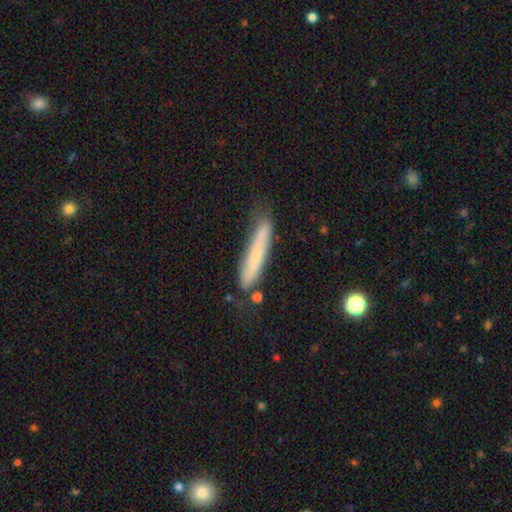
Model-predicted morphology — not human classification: A smooth galaxy with no disk features (62%) that is cigar-shaped (91%).

Vote fractions:
- Smooth or featured? smooth: 62% / featured or disk: 31% / star or artifact: 7%
- How rounded? cigar-shaped: 91% / in between: 8% / round: 1%
- Merging? none: 63% / minor disturbance: 25% / major disturbance: 7% / merger: 5%